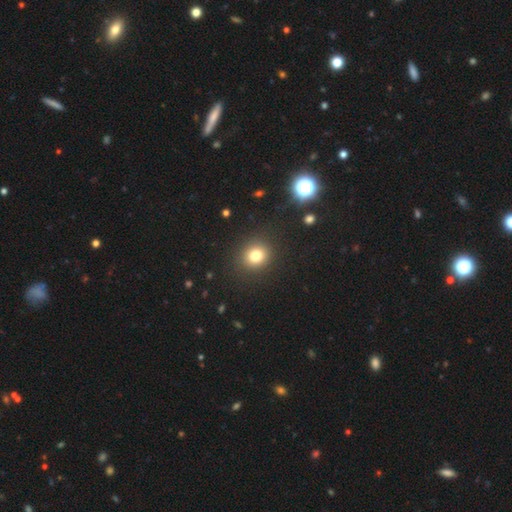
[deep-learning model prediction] A smooth galaxy with no disk features (79%) that is round (81%). Merging: none (89%).